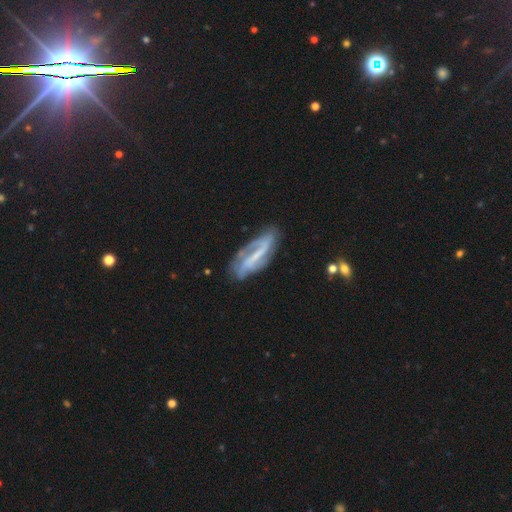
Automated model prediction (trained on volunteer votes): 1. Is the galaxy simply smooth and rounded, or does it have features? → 76% featured or disk, 17% smooth, 7% star or artifact.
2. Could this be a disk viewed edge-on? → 87% no, 13% yes.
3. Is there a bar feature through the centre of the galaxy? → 57% strong, 28% weak, 15% no.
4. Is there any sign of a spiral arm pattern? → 85% yes, 15% no.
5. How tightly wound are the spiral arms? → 39% loose, 35% medium, 26% tight.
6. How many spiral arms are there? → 68% 2, 16% can't tell, 9% 1, 4% 3, 2% 4, 2% more than 4.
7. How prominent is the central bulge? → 41% none, 39% small, 16% moderate, 3% large, 1% dominant.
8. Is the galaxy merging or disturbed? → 67% none, 20% minor disturbance, 9% major disturbance, 4% merger.